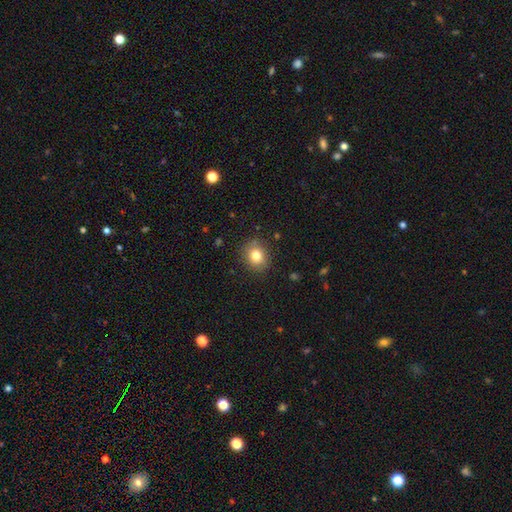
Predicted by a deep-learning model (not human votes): smooth-or-featured: smooth: 79% | star or artifact: 12% | featured or disk: 9%
  how-rounded: round: 74% | in between: 25% | cigar-shaped: 1%
  merging: none: 87% | minor disturbance: 9% | major disturbance: 3% | merger: 1%